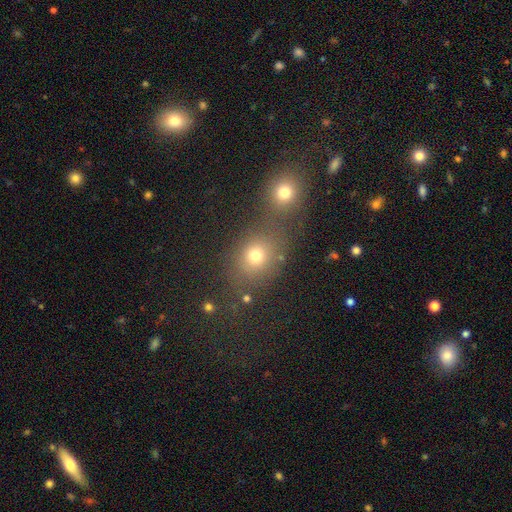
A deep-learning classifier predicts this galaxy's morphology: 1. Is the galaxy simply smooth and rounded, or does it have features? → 72% smooth, 18% star or artifact, 10% featured or disk.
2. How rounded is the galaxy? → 65% round, 33% in between, 1% cigar-shaped.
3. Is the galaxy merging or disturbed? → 49% none, 38% merger, 8% minor disturbance, 5% major disturbance.